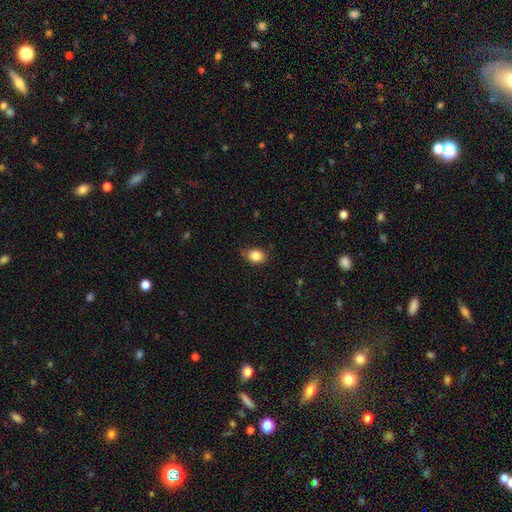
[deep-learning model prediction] smooth 85%, star or artifact 9%, featured or disk 6%. Down the decision tree: how rounded — in between (56%); merging — none (77%).